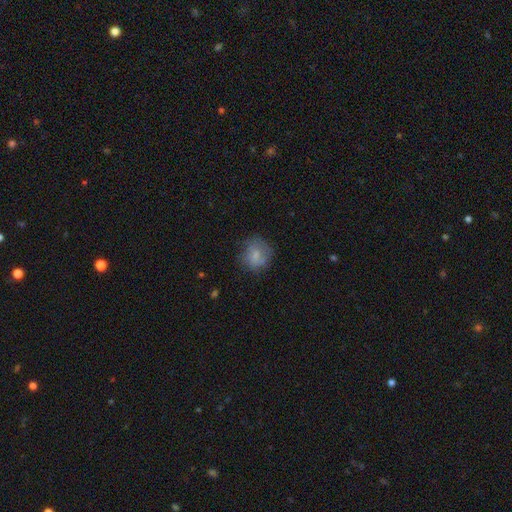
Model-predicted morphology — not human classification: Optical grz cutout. It shows a smooth galaxy with no disk features (64%) that is round (77%). Merging: none (64%).